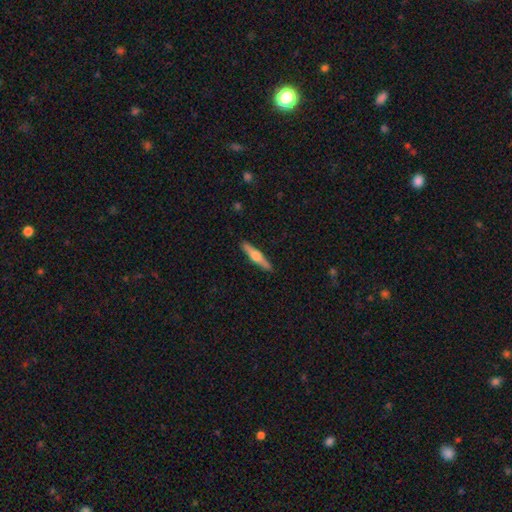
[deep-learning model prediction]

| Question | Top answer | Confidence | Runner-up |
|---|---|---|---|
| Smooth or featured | featured or disk | 57% | smooth (38%) |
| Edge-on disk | yes | 97% | no (3%) |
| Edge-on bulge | rounded | 91% | boxy (5%) |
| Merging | none | 91% | minor disturbance (7%) |